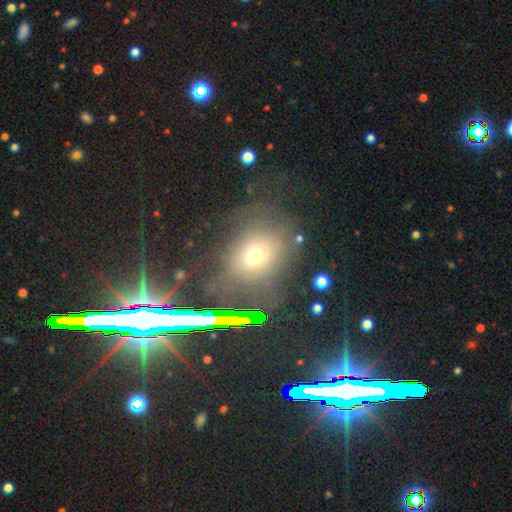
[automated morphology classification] Smooth or featured? Predicted: smooth (p=0.59). How rounded? Predicted: round (p=0.57). Merging? Predicted: none (p=0.68).